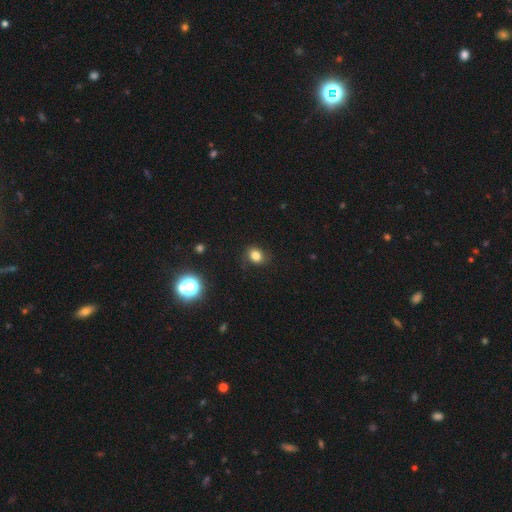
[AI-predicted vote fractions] Overall: smooth (80%). How rounded: in between (51%; round 48%). Merging: none (77%).